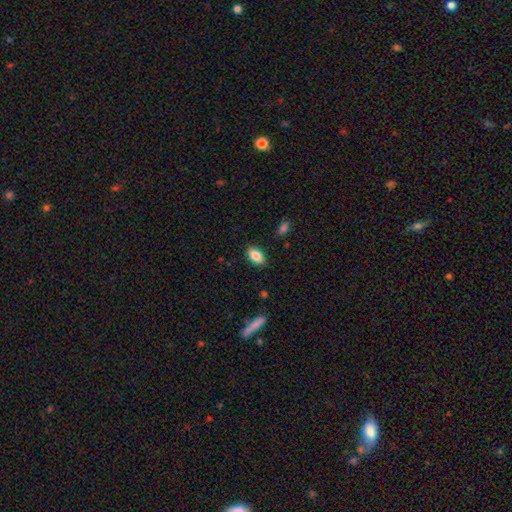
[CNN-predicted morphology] Overall: smooth (86%). How rounded: in between (91%). Merging: none (87%).